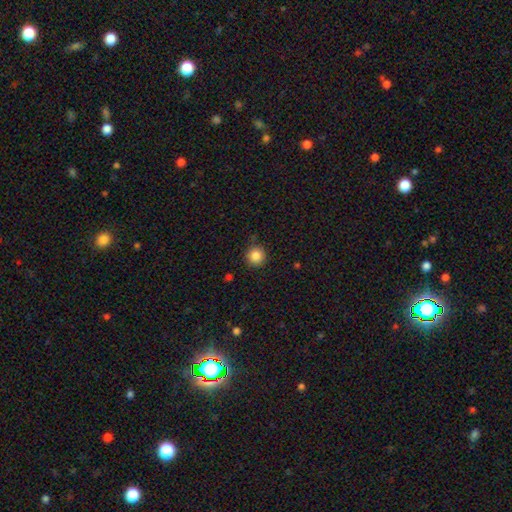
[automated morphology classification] A smooth galaxy with no disk features (85%) that is round (95%). Merging: none (89%).